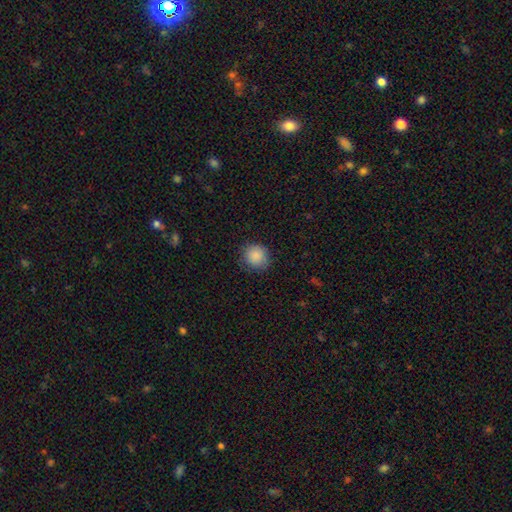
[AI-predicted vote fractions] Smooth or featured? Predicted: smooth (p=0.88). How rounded? Predicted: round (p=0.88). Merging? Predicted: none (p=0.85).